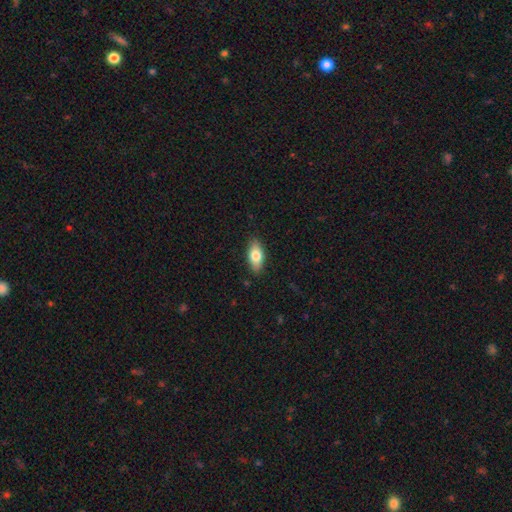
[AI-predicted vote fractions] The model was most divided on "smooth or featured": smooth: 76%, featured or disk: 17%, star or artifact: 7%. More confident: how rounded — in between (87%); merging — none (87%).